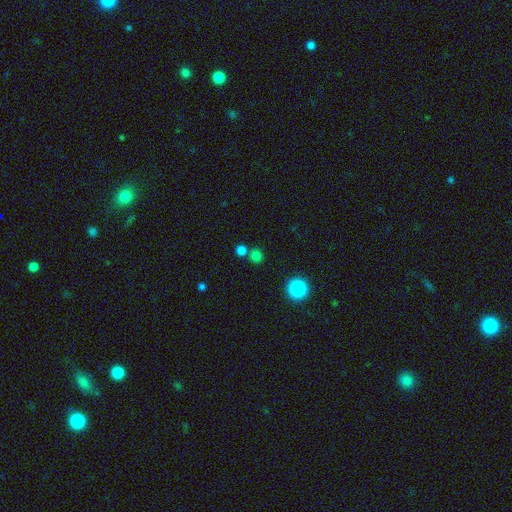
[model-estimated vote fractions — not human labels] Morphology: type=smooth (73%); roundness=round (91%); merging=none (68%).